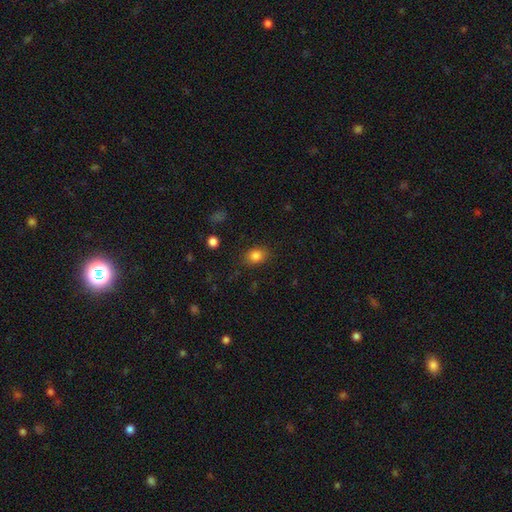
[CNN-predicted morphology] Q: Smooth or featured?
A: smooth (84%); runner-up: star or artifact (11%)
Q: How rounded?
A: in between (57%); runner-up: round (42%)
Q: Merging?
A: none (82%); runner-up: minor disturbance (12%)